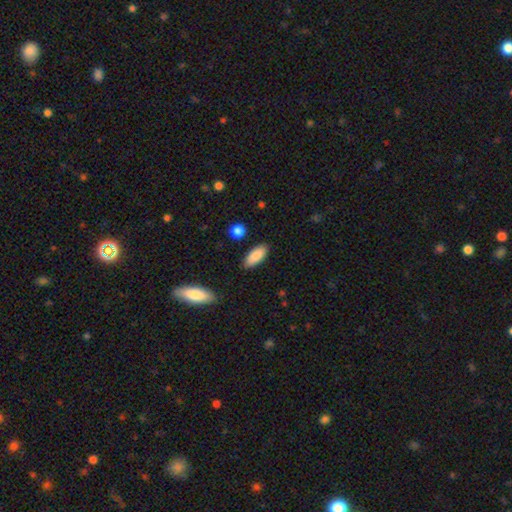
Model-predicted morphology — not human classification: Smooth or featured? Predicted: smooth (p=0.88). How rounded? Predicted: in between (p=0.81). Merging? Predicted: none (p=0.86).